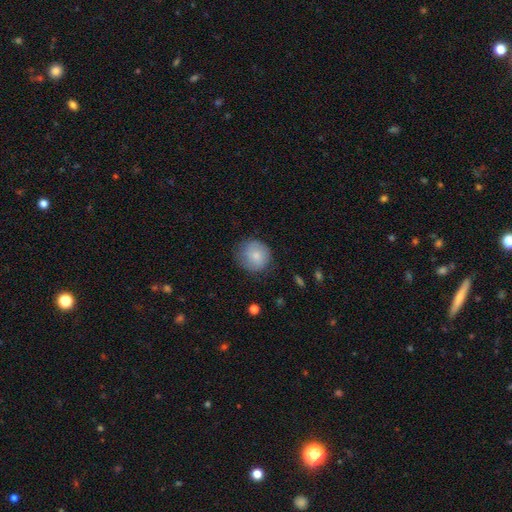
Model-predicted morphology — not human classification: type=smooth (78%); roundness=round (88%); merging=none (73%).